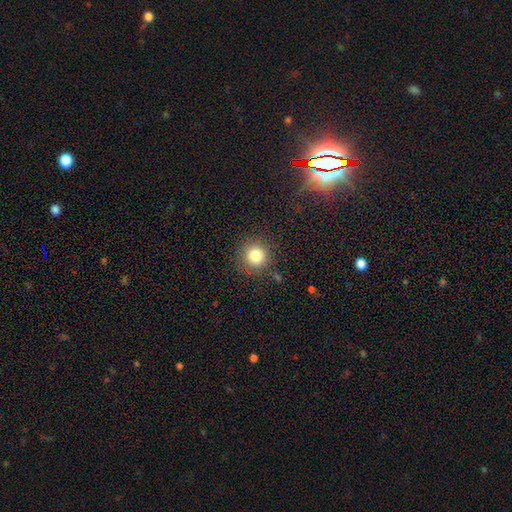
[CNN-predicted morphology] This appears to be a smooth galaxy with no disk features (81%) that is round (94%). Merging: none (87%).